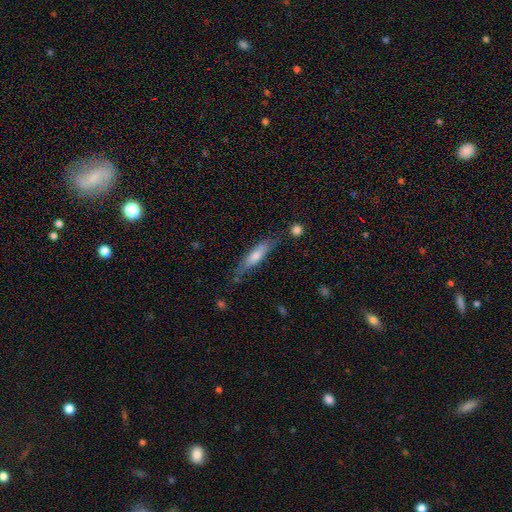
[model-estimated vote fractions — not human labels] Smooth or featured? Predicted: smooth (p=0.59). How rounded? Predicted: cigar-shaped (p=0.79). Merging? Predicted: none (p=0.72).